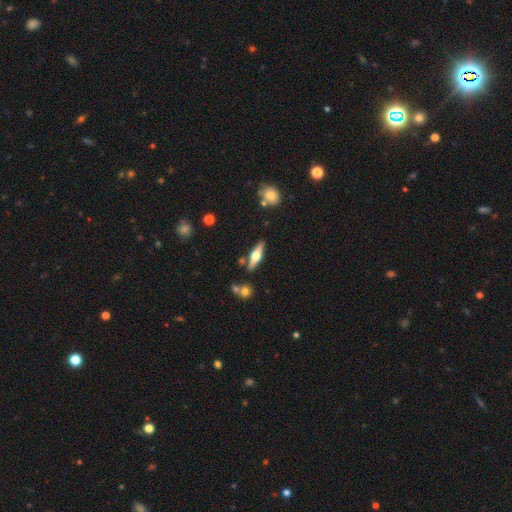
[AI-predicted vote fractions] A featured or disk galaxy (61%) viewed edge-on (94%) with a rounded central bulge (93%).

Vote fractions:
- Smooth or featured? featured or disk: 61% / smooth: 33% / star or artifact: 6%
- Edge-on disk? yes: 94% / no: 6%
- Edge-on bulge? rounded: 93% / boxy: 5% / none: 2%
- Merging? none: 82% / minor disturbance: 10% / merger: 6% / major disturbance: 3%